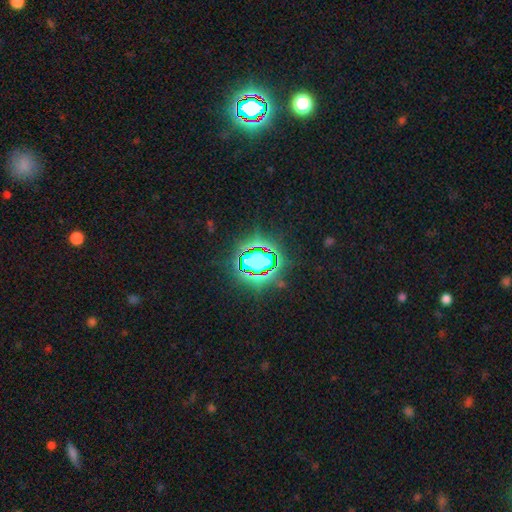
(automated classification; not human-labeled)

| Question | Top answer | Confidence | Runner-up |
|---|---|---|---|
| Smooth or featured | star or artifact | 81% | smooth (12%) |